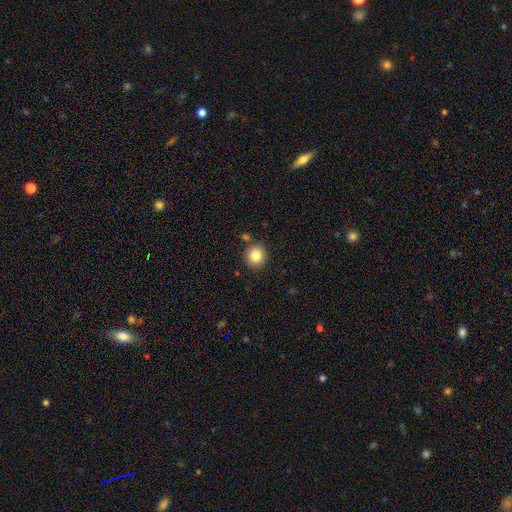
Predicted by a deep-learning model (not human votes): smooth 84%, star or artifact 10%, featured or disk 6%. Down the decision tree: how rounded — round (90%); merging — none (86%).